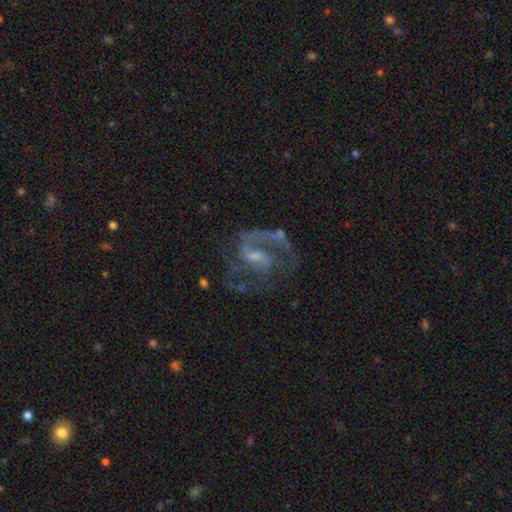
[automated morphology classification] A featured or disk galaxy (85%) with a weak bar (54%), 2 (61%) medium (54%) spiral arms (92%) and a small central bulge (47%).

Vote fractions:
- Smooth or featured? featured or disk: 85% / smooth: 7% / star or artifact: 7%
- Edge-on disk? no: 98% / yes: 2%
- Bar? weak: 54% / no: 29% / strong: 17%
- Spiral arms? yes: 92% / no: 8%
- Spiral winding? medium: 54% / loose: 28% / tight: 17%
- Spiral arm count? 2: 61% / 1: 17% / can't tell: 10% / 3: 7% / 4: 2% / more than 4: 2%
- Bulge size? small: 47% / moderate: 33% / none: 16% / large: 4% / dominant: 1%
- Merging? none: 55% / major disturbance: 25% / minor disturbance: 17% / merger: 4%